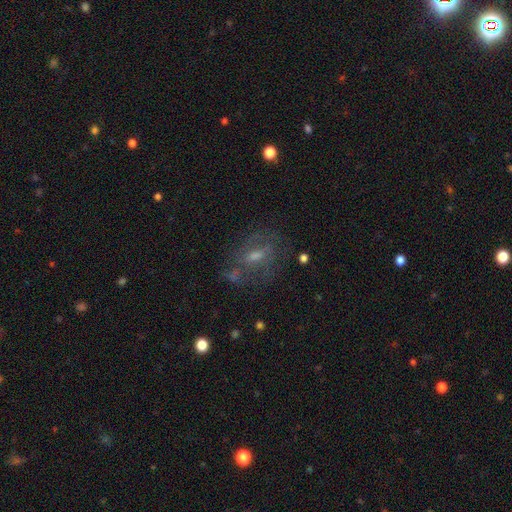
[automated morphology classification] type=featured or disk (56%); edge-on=no (91%); bar=weak (47%); spiral arms=yes (56%); bulge=moderate (49%); merging=none (60%).